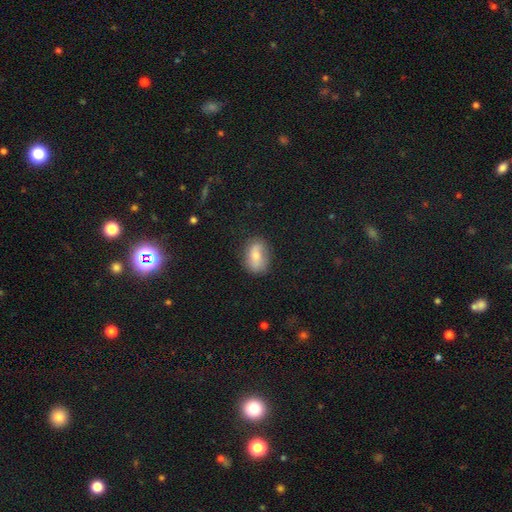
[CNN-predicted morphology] Smooth or featured: smooth — 61% (featured or disk — 30%)
How rounded: in between — 78% (round — 18%)
Merging: none — 77% (minor disturbance — 17%)